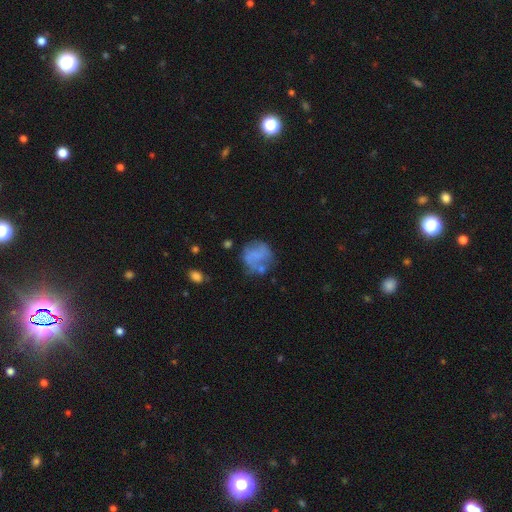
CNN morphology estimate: type=smooth (57%); roundness=round (78%); merging=none (50%).